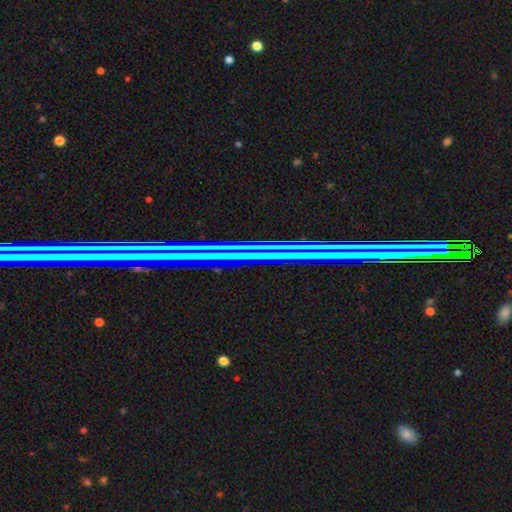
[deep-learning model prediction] A star or artifact, not a galaxy (70%).

Vote fractions:
- Smooth or featured? star or artifact: 70% / featured or disk: 20% / smooth: 10%